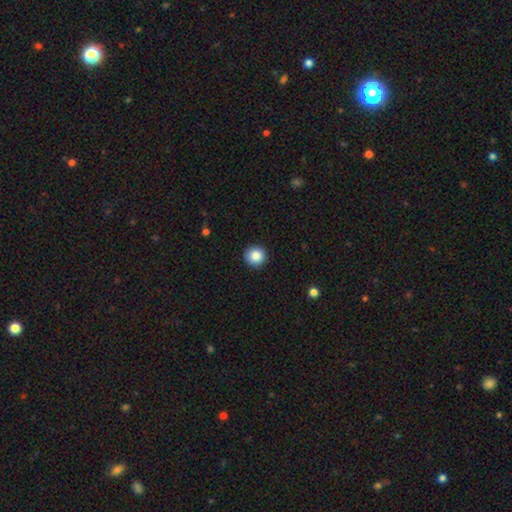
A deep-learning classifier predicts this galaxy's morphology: This appears to be a smooth galaxy with no disk features (86%) that is round (94%). Merging: none (92%).